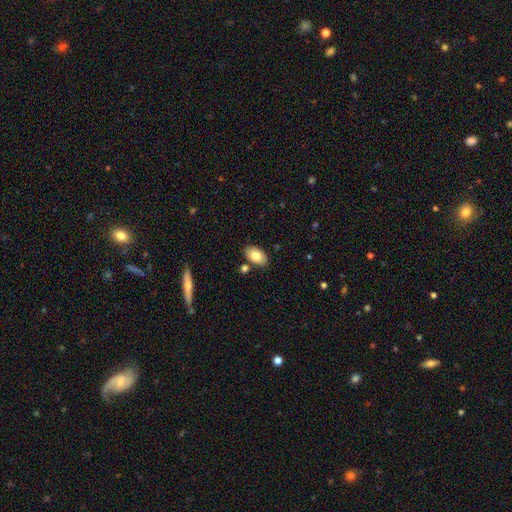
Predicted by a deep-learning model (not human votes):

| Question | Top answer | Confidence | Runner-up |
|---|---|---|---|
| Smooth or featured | smooth | 78% | featured or disk (14%) |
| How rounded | in between | 92% | round (6%) |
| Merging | none | 81% | minor disturbance (11%) |